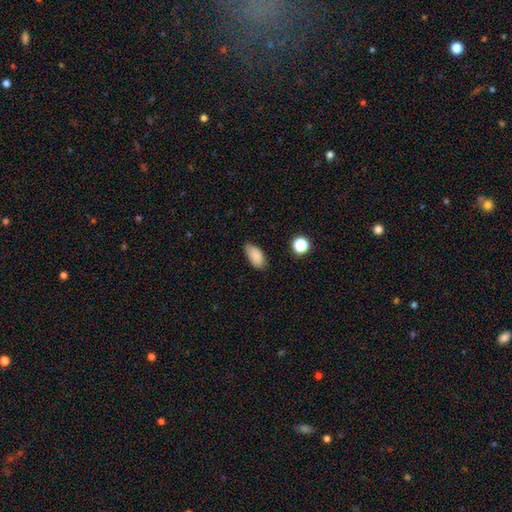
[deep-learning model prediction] This appears to be a smooth galaxy with no disk features (85%) that is in between round and cigar-shaped (92%). Merging: none (67%).